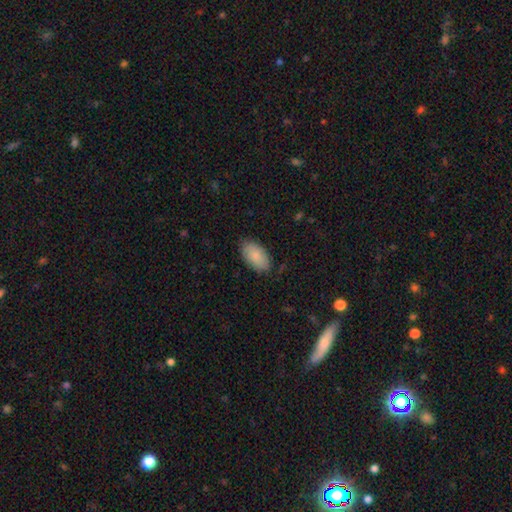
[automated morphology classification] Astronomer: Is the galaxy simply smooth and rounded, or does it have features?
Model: smooth — 86%.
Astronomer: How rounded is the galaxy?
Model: in between — 95%.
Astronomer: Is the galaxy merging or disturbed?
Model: none — 84%.